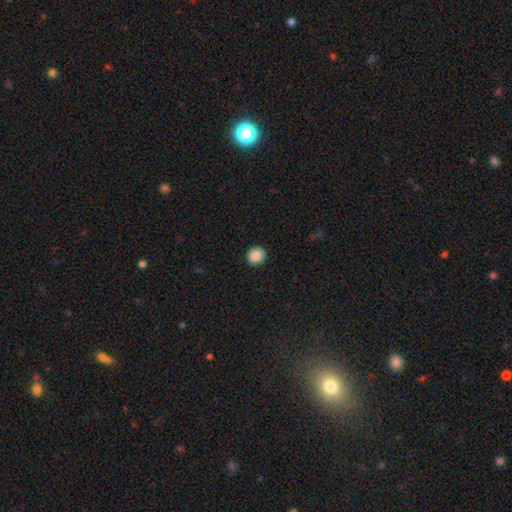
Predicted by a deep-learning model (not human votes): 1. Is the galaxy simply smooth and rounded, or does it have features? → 88% smooth, 9% star or artifact, 3% featured or disk.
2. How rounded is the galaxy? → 86% round, 13% in between, 1% cigar-shaped.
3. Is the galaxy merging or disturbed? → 92% none, 5% minor disturbance, 2% major disturbance, 1% merger.